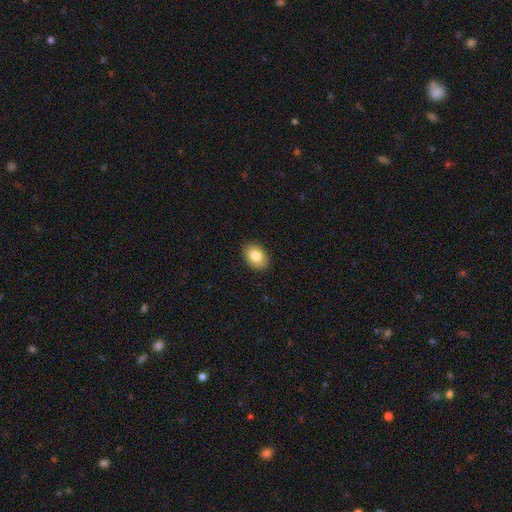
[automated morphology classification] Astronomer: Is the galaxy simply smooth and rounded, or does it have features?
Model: smooth — 81%.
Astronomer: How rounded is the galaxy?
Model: in between — 82%.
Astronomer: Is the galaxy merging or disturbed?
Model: none — 89%.